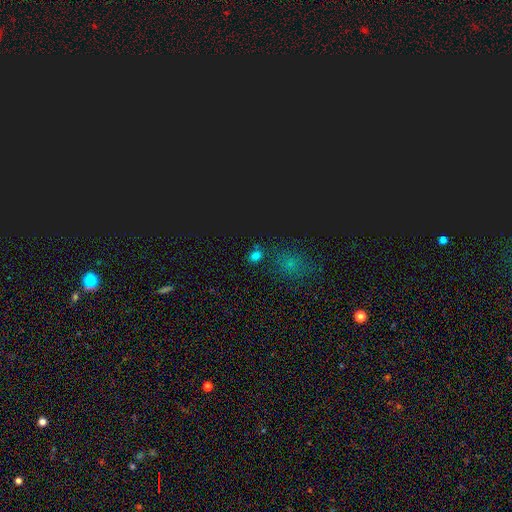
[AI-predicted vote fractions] smooth-or-featured: smooth: 59% | star or artifact: 36% | featured or disk: 5%
  how-rounded: round: 49% (tied) | in between: 49% (tied) | cigar-shaped: 2%
  merging: none: 75% | minor disturbance: 12% | merger: 9% | major disturbance: 5%